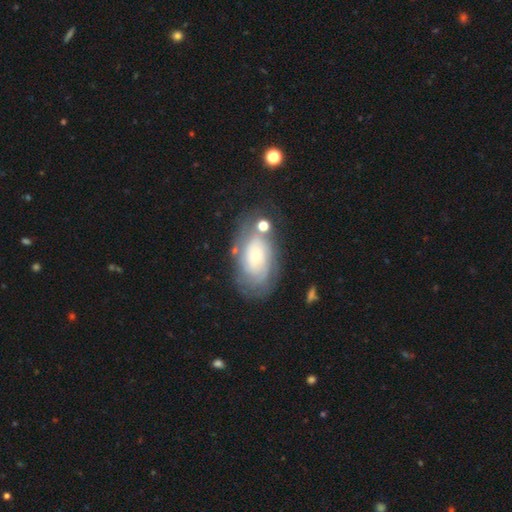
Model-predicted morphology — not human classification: The model was most divided on "smooth or featured": featured or disk: 66%, smooth: 27%, star or artifact: 8%. More confident: edge-on disk — no (95%); bar — no (83%); spiral arms — yes (79%); bulge size — small (77%); merging — none (62%).